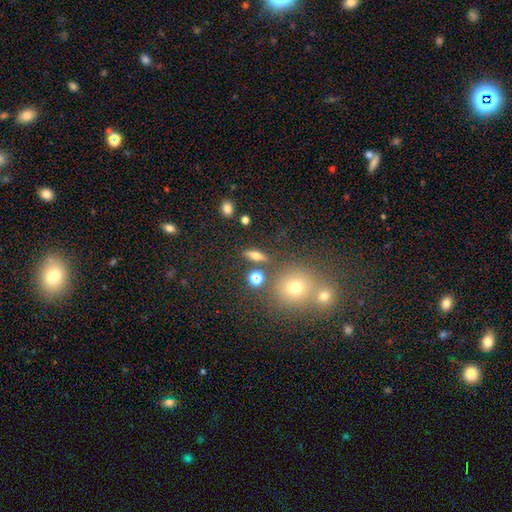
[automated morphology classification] type=smooth (45%); merging=none (82%).